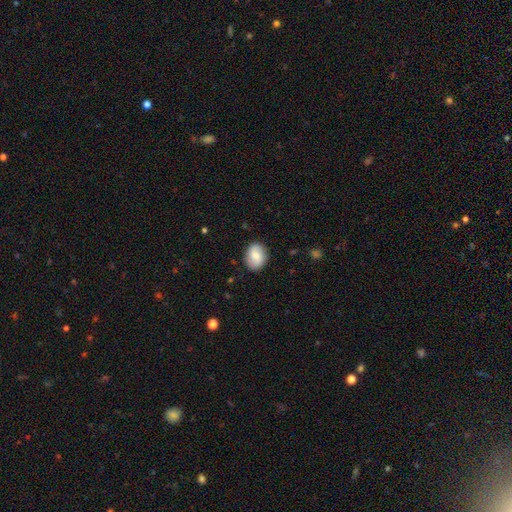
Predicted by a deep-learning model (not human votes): Overall: smooth (70%). How rounded: in between (55%; round 44%). Merging: none (84%).